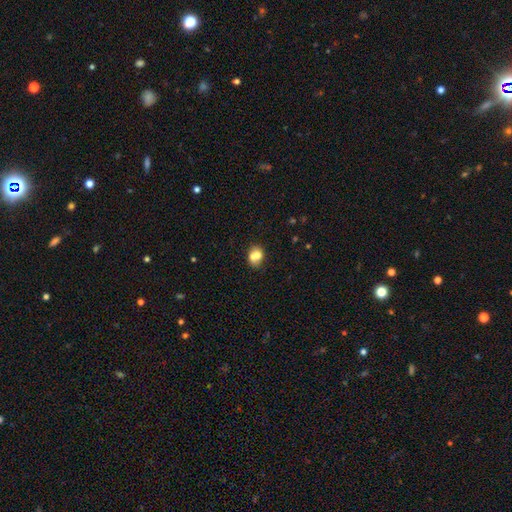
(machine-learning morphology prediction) This is likely a smooth galaxy (71%). How rounded: possibly round (57%). Merging: possibly merger (47%).